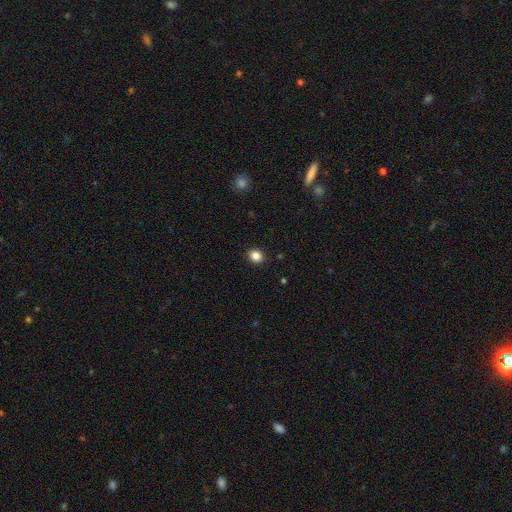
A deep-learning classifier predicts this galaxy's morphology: Q: Smooth or featured?
A: smooth (86%); runner-up: star or artifact (10%)
Q: How rounded?
A: round (57%); runner-up: in between (42%)
Q: Merging?
A: none (90%); runner-up: minor disturbance (7%)